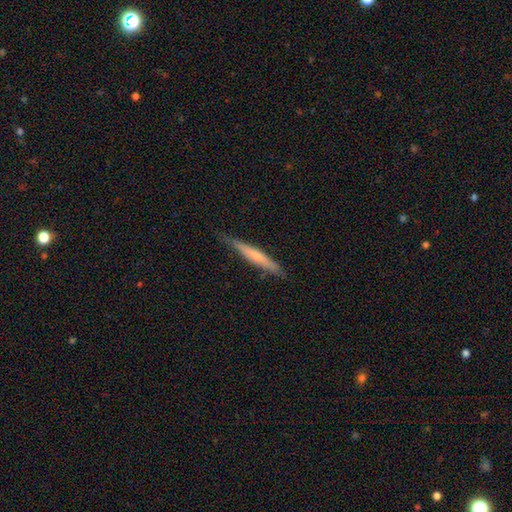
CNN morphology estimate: Overall: smooth (50%; featured or disk 44%). Merging: none (82%).